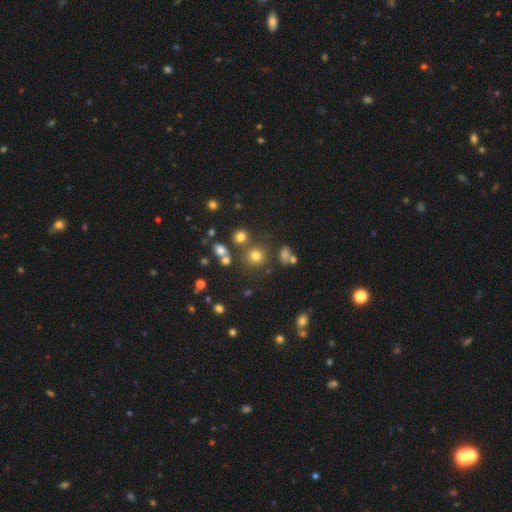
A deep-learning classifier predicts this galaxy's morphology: This appears to be a smooth galaxy with no disk features (71%) that is round (90%). Merging: none (76%).